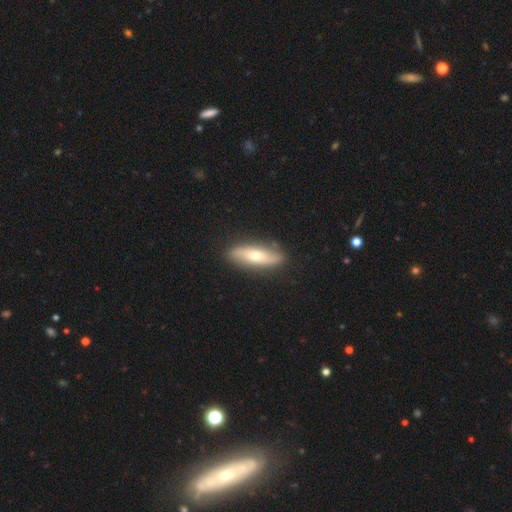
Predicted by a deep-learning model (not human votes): This is possibly a featured or disk galaxy (49%). Merging: clearly none (85%).